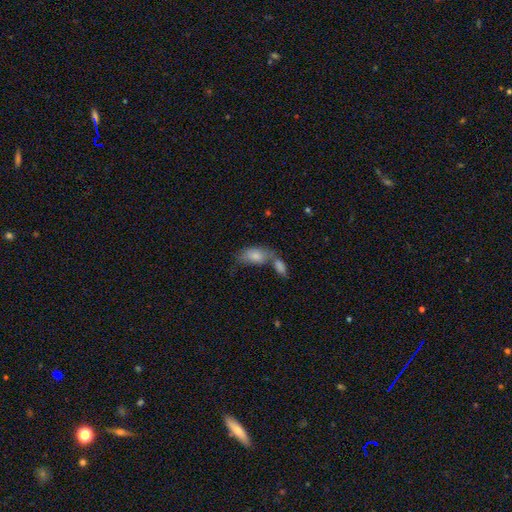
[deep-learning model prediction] Smooth or featured? Predicted: smooth (p=0.80). How rounded? Predicted: in between (p=0.91). Merging? Predicted: merger (p=0.47).